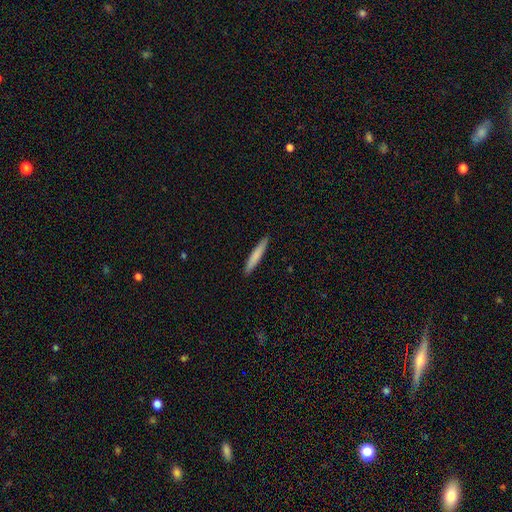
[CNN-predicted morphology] Smooth or featured? smooth (79%)
How rounded? cigar-shaped (94%)
Merging? none (91%)